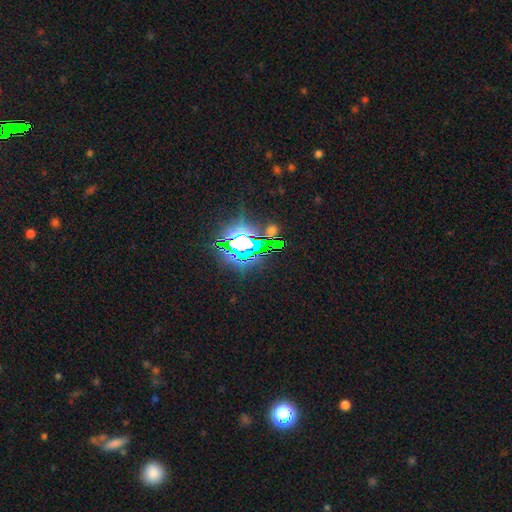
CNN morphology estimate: A star or artifact, not a galaxy (77%).